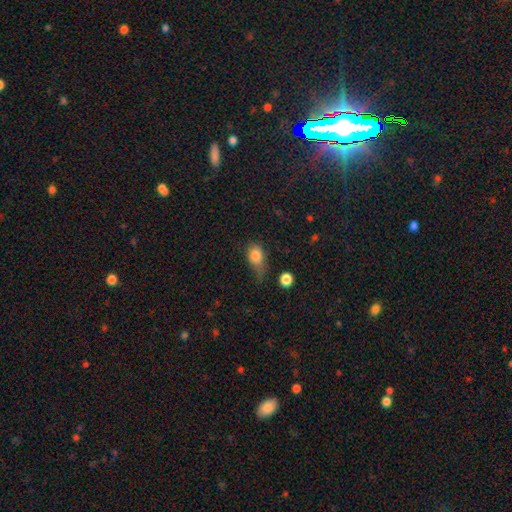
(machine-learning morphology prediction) type=smooth (81%); roundness=in between (72%); merging=minor disturbance (39%).